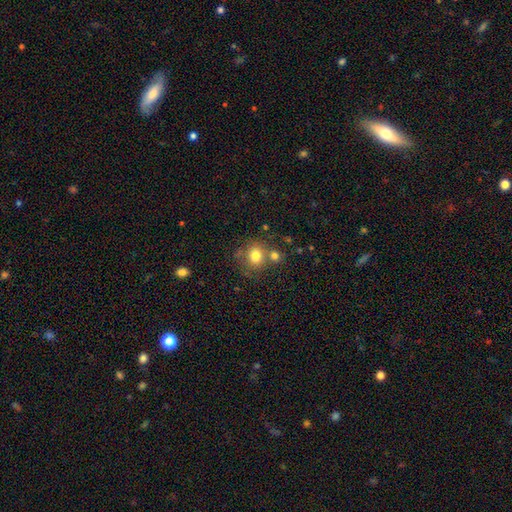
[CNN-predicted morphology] smooth_or_featured: smooth (p=0.78) [alt: star or artifact p=0.12]
how_rounded: round (p=0.79) [alt: in between p=0.20]
merging: none (p=0.63) [alt: merger p=0.21]